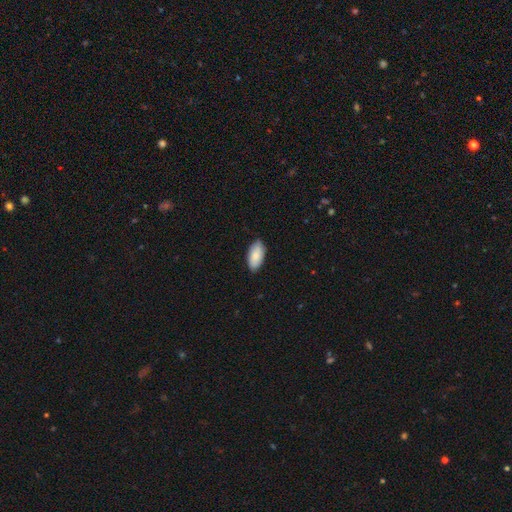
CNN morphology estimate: A smooth galaxy with no disk features (87%) that is in between round and cigar-shaped (94%).

Vote fractions:
- Smooth or featured? smooth: 87% / featured or disk: 8% / star or artifact: 6%
- How rounded? in between: 94% / cigar-shaped: 4% / round: 2%
- Merging? none: 86% / minor disturbance: 11% / major disturbance: 2% / merger: 1%